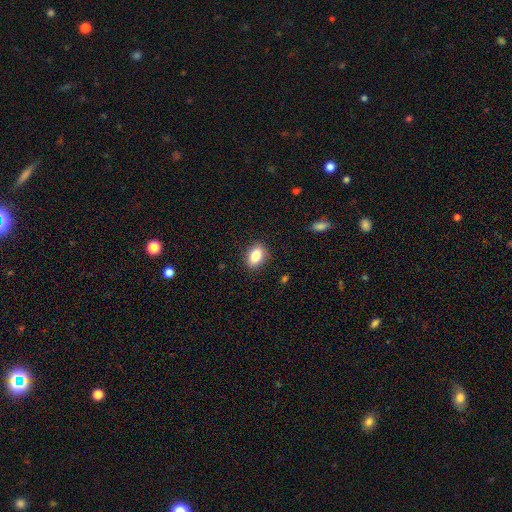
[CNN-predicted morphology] Smooth or featured? smooth (85%)
How rounded? in between (82%)
Merging? none (87%)